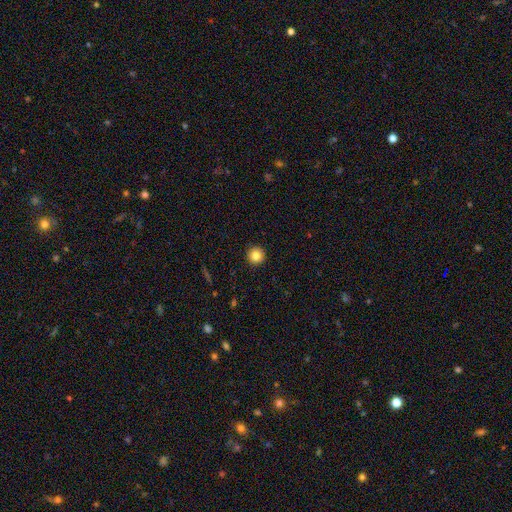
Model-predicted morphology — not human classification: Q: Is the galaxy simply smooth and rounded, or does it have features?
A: smooth — 83%.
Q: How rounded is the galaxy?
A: round — 96%.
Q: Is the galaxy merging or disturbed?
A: none — 93%.